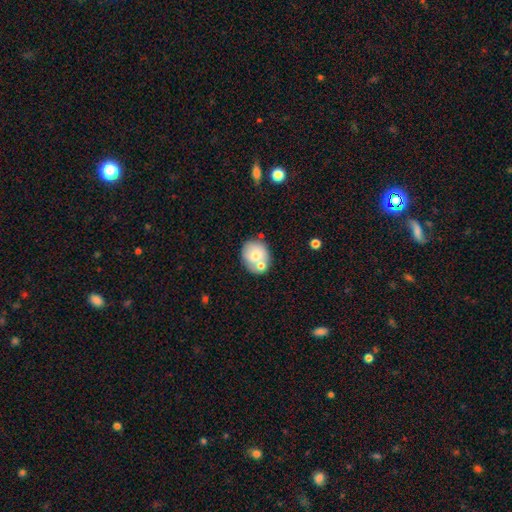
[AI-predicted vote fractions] Overall: smooth (69%). How rounded: round (67%; in between 32%). Merging: none (53%; merger 29%).